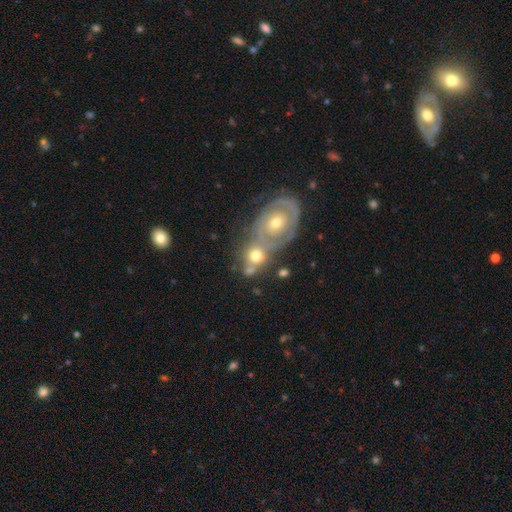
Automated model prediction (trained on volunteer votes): smooth_or_featured: featured or disk (p=0.48) [alt: smooth p=0.43]
merging: merger (p=0.56) [alt: none p=0.27]